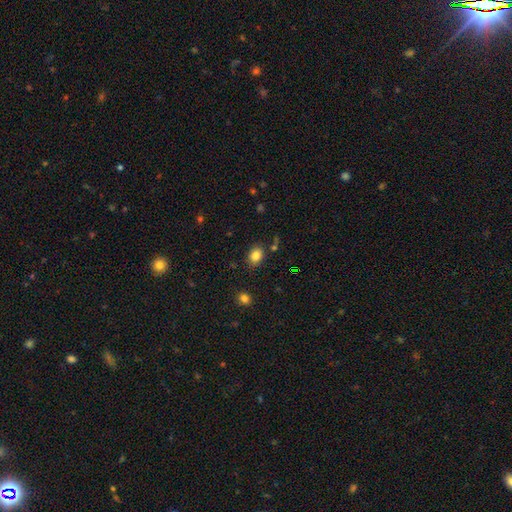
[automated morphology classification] Overall: smooth (83%). How rounded: in between (64%; round 35%). Merging: none (83%).